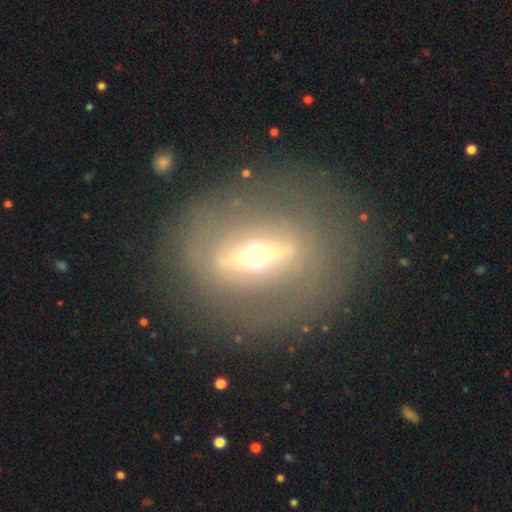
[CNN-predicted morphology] A featured or disk galaxy (71%). Merging: none (79%).